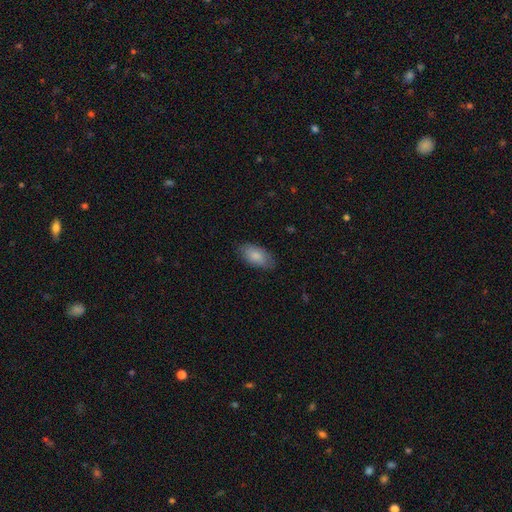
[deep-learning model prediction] Smooth or featured: smooth — 84% (featured or disk — 10%)
How rounded: in between — 93% (cigar-shaped — 4%)
Merging: none — 80% (minor disturbance — 15%)